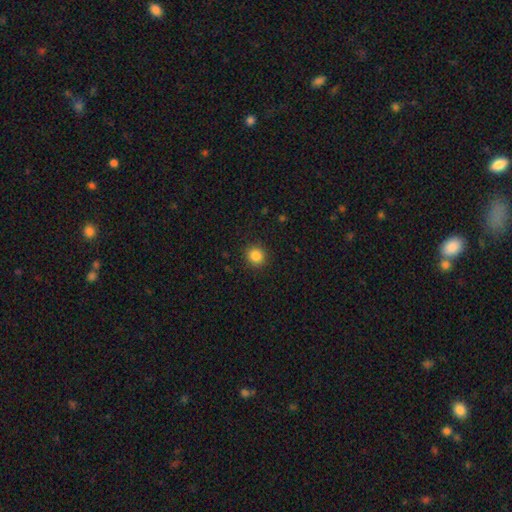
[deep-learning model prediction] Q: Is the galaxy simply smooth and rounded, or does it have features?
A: smooth — 85%.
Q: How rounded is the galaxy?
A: round — 88%.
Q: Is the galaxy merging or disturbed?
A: none — 91%.